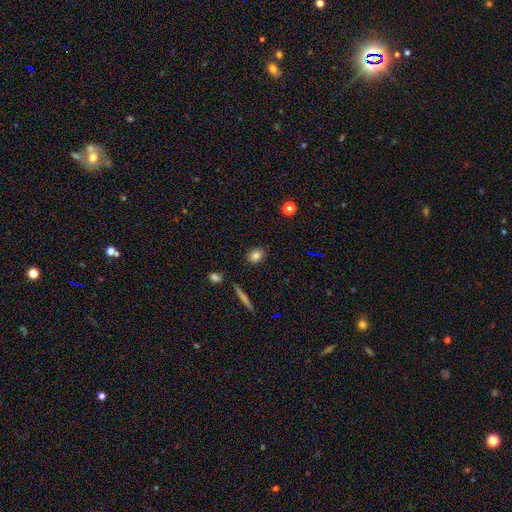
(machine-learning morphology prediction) Smooth or featured: smooth — 81% (star or artifact — 10%)
How rounded: in between — 53% (round — 44%)
Merging: none — 88% (minor disturbance — 8%)